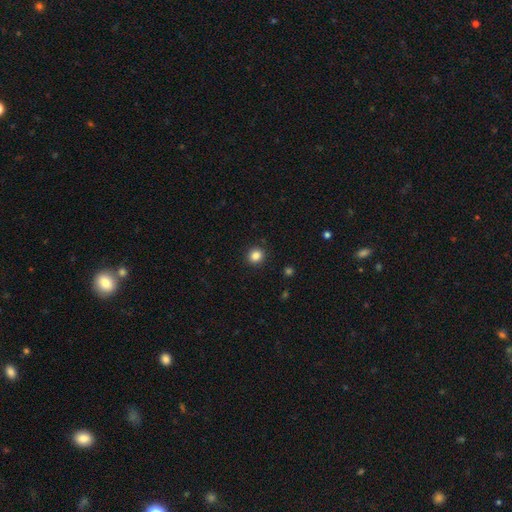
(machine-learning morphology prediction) This is clearly a smooth galaxy (85%). How rounded: clearly round (89%). Merging: clearly none (92%).